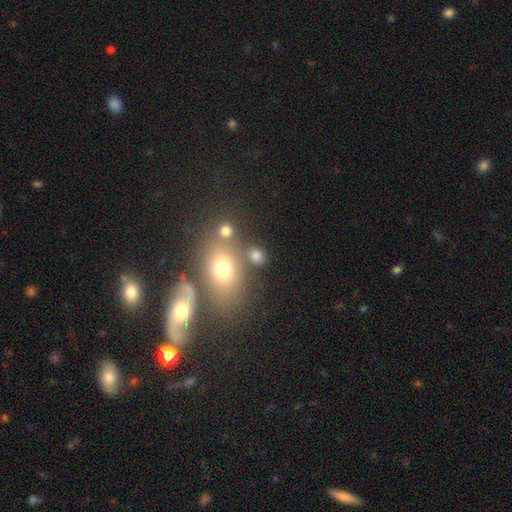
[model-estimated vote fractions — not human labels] A smooth galaxy with no disk features (75%) that is round (64%).

Vote fractions:
- Smooth or featured? smooth: 75% / star or artifact: 15% / featured or disk: 9%
- How rounded? round: 64% / in between: 34% / cigar-shaped: 2%
- Merging? none: 68% / merger: 15% / minor disturbance: 11% / major disturbance: 6%